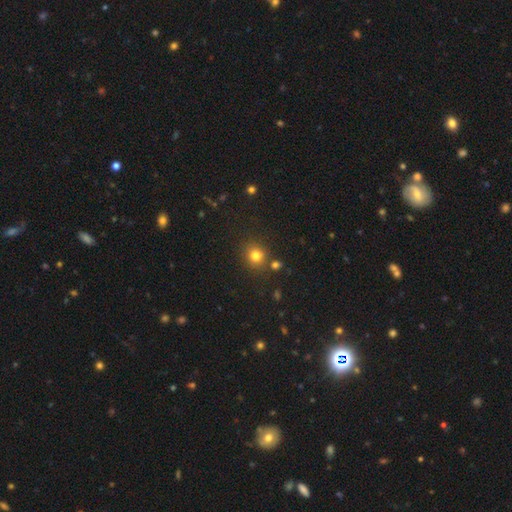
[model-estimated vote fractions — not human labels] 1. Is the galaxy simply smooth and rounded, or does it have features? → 78% smooth, 15% star or artifact, 7% featured or disk.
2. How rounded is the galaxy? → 84% round, 15% in between, 1% cigar-shaped.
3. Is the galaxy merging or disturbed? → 79% none, 9% minor disturbance, 9% merger, 3% major disturbance.